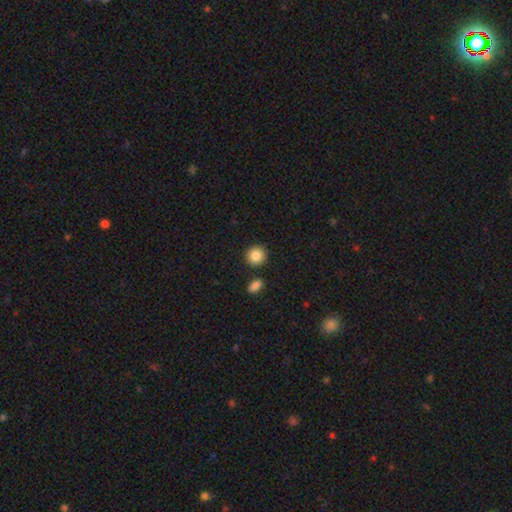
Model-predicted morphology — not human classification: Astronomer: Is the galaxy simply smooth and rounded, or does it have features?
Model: smooth — 86%.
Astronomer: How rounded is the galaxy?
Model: round — 91%.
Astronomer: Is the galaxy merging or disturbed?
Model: none — 87%.